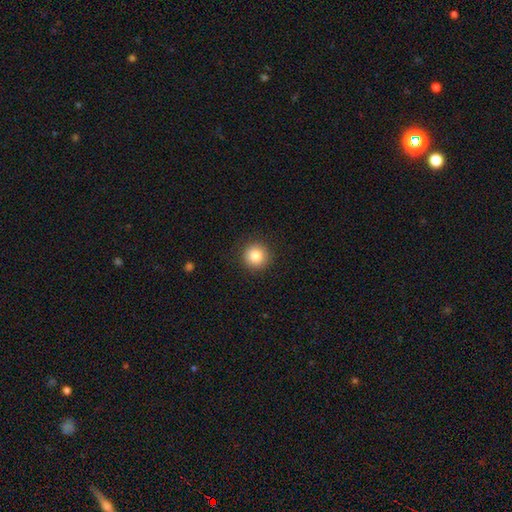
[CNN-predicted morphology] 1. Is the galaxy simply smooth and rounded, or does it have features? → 83% smooth, 10% star or artifact, 7% featured or disk.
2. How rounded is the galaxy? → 95% round, 4% in between, 1% cigar-shaped.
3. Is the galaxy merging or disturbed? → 91% none, 6% minor disturbance, 2% major disturbance, 1% merger.